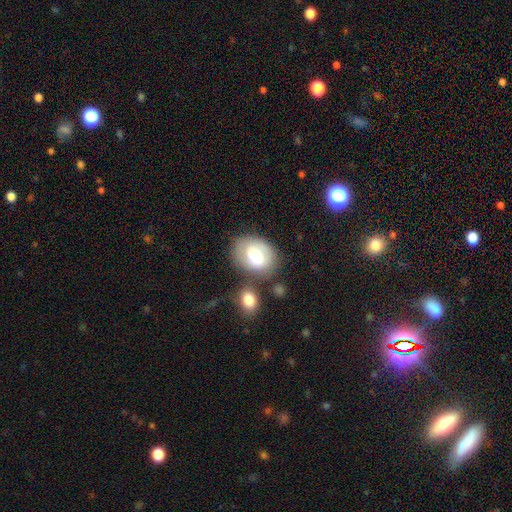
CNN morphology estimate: Smooth or featured?
  - smooth: 61% *
  - featured or disk: 32%
  - star or artifact: 7%
How rounded?
  - in between: 67% *
  - round: 32%
  - cigar-shaped: 1%
Merging?
  - none: 55% *
  - minor disturbance: 21%
  - merger: 15%
  - major disturbance: 9%